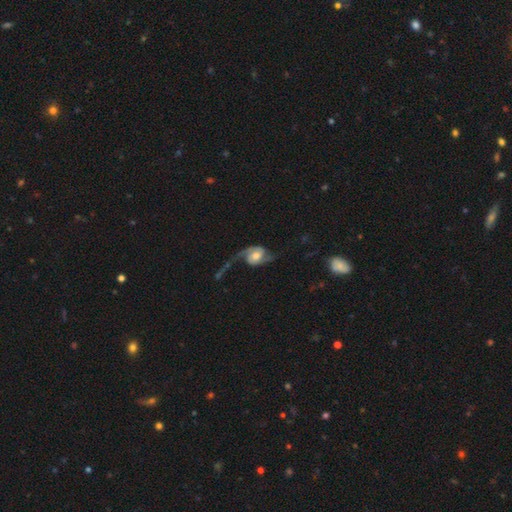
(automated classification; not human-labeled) featured or disk 82%, smooth 13%, star or artifact 5%. Down the decision tree: edge-on disk — no (97%); bar — no (55%); spiral arms — yes (94%); spiral arm count — 2 (86%); spiral winding — loose (66%); bulge size — moderate (48%); merging — none (44%).